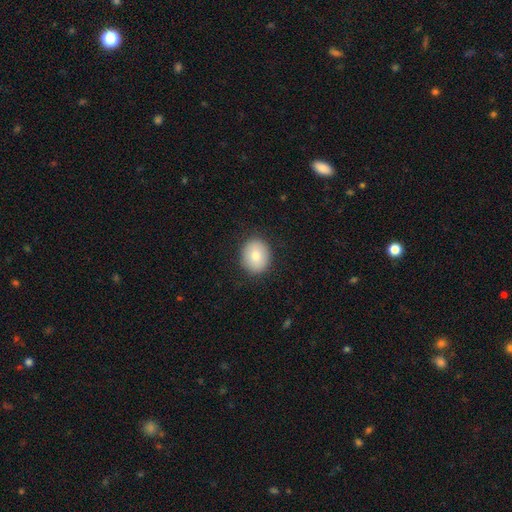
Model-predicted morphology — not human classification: This appears to be a smooth galaxy with no disk features (79%) that is round (68%). Merging: none (88%).